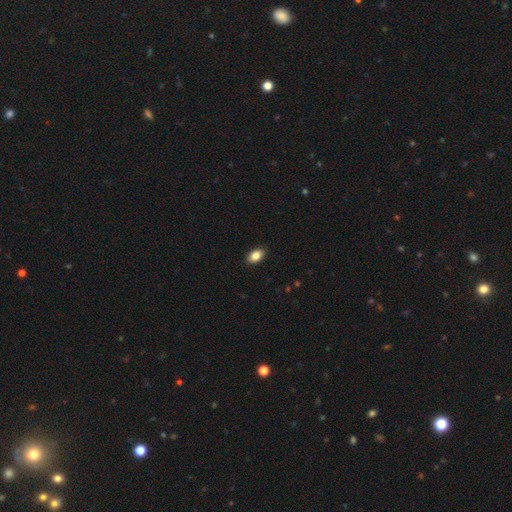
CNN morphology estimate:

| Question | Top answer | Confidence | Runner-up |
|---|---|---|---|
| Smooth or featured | smooth | 85% | star or artifact (8%) |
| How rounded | in between | 90% | round (8%) |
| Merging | none | 90% | minor disturbance (8%) |